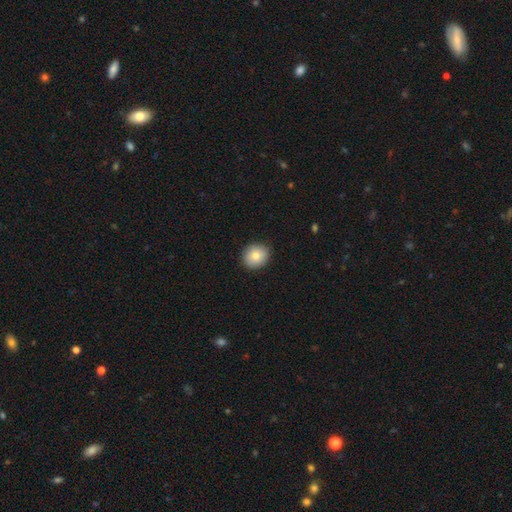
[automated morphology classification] This is likely a smooth galaxy (80%). How rounded: likely round (80%). Merging: clearly none (90%).